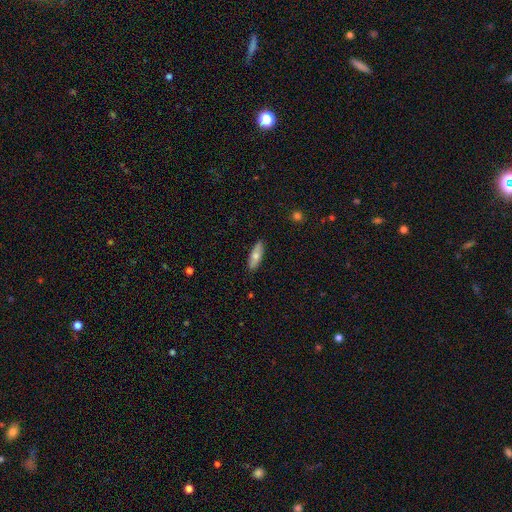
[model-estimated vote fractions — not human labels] This appears to be a smooth galaxy with no disk features (71%) that is in between round and cigar-shaped (58%). Merging: none (89%).